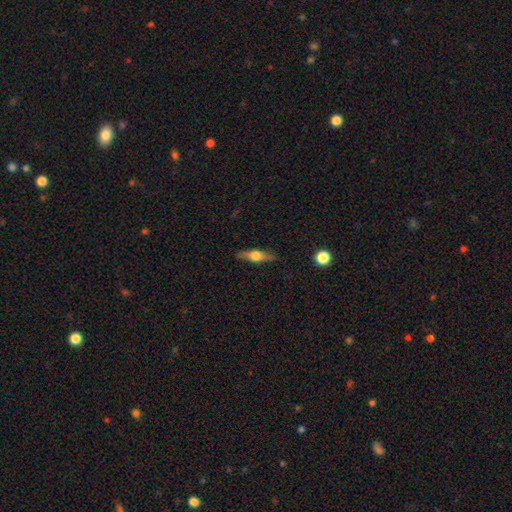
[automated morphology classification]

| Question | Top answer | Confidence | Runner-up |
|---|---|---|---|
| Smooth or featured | featured or disk | 57% | smooth (37%) |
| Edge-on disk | yes | 93% | no (7%) |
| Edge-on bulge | rounded | 94% | boxy (4%) |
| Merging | none | 87% | minor disturbance (10%) |